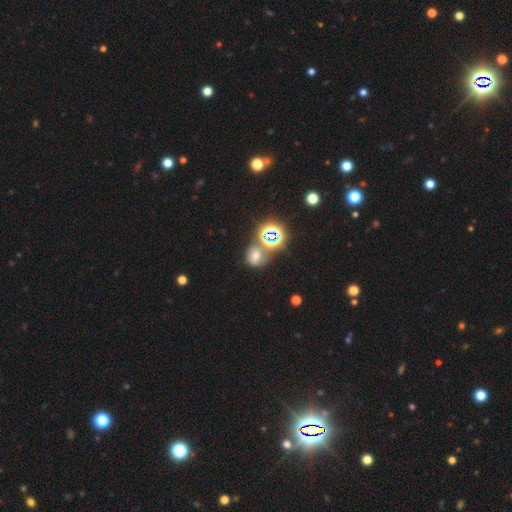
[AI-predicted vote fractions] This appears to be a smooth galaxy with no disk features (45%). Merging: none (55%).